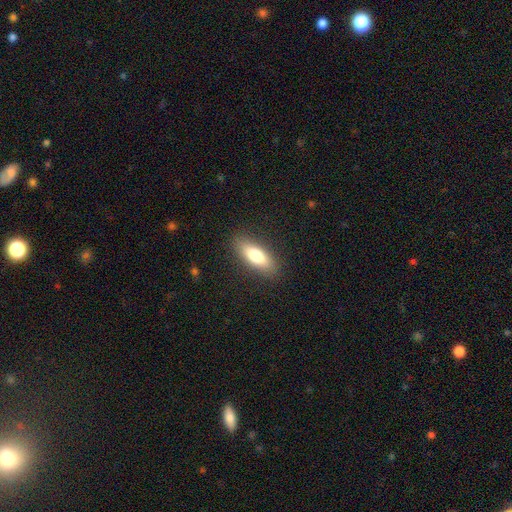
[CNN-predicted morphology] Overall: smooth (74%). How rounded: in between (62%; cigar-shaped 36%). Merging: none (87%).